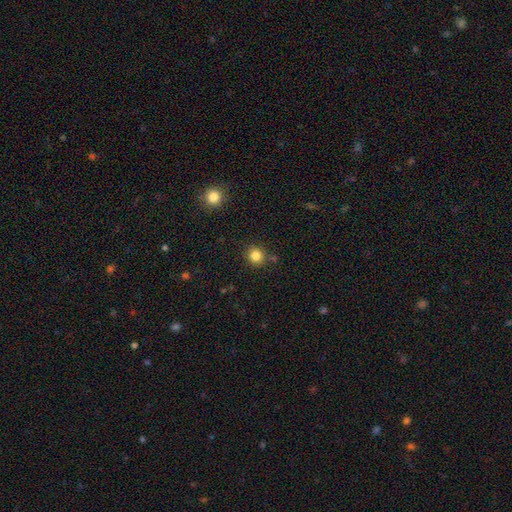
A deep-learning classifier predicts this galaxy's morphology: A smooth galaxy with no disk features (83%) that is round (89%). Merging: none (82%).